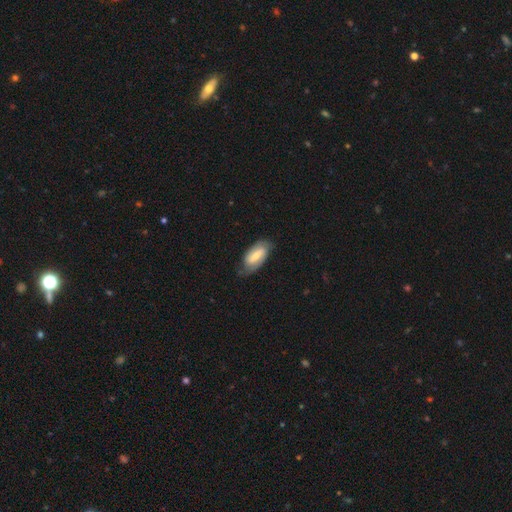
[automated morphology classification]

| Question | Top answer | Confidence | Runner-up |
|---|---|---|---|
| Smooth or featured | featured or disk | 59% | smooth (36%) |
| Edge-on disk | no | 92% | yes (8%) |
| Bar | strong | 43% | weak (41%) |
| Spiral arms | yes | 82% | no (18%) |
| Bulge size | moderate | 45% | small (42%) |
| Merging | none | 71% | minor disturbance (22%) |